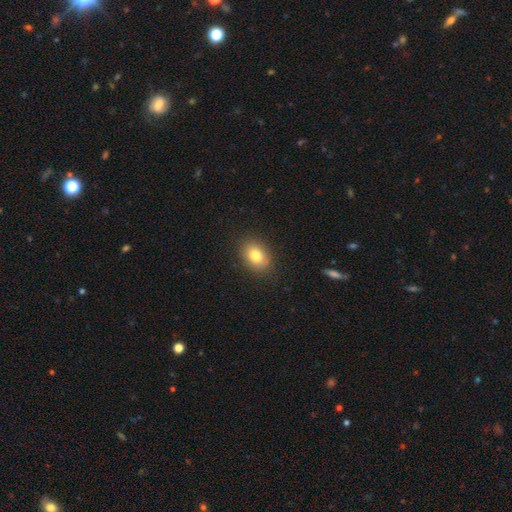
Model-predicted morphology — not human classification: smooth-or-featured: smooth: 81% | featured or disk: 10% | star or artifact: 9%
  how-rounded: in between: 71% | round: 28% | cigar-shaped: 1%
  merging: none: 87% | minor disturbance: 9% | major disturbance: 3% | merger: 1%